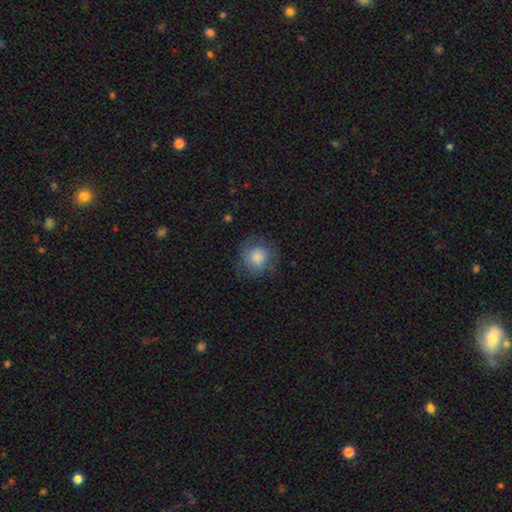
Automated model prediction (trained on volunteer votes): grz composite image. It shows a smooth galaxy with no disk features (70%) that is round (89%). Merging: none (78%).